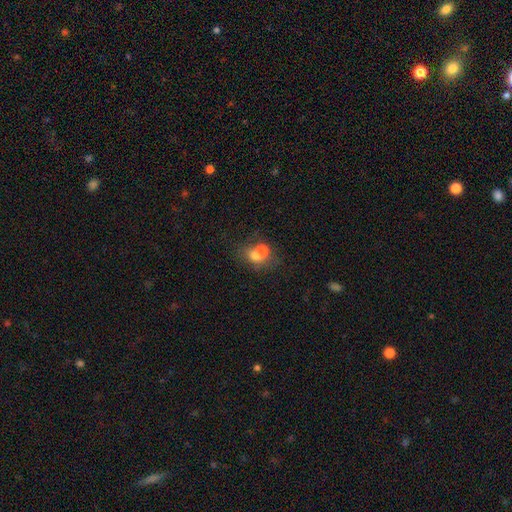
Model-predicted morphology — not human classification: Overall: smooth (64%; featured or disk 24%). How rounded: round (63%; in between 36%). Merging: merger (62%; none 28%).